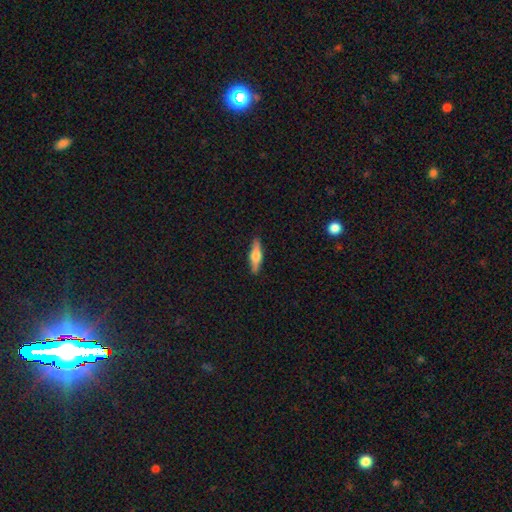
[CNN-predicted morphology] smooth 51%, featured or disk 44%, star or artifact 6%. Down the decision tree: how rounded — cigar-shaped (65%); merging — none (90%).